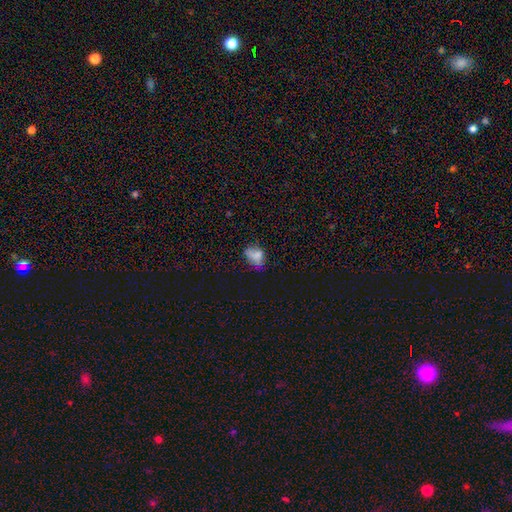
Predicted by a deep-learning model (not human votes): Morphology: type=smooth (71%); roundness=in between (81%); merging=none (42%).